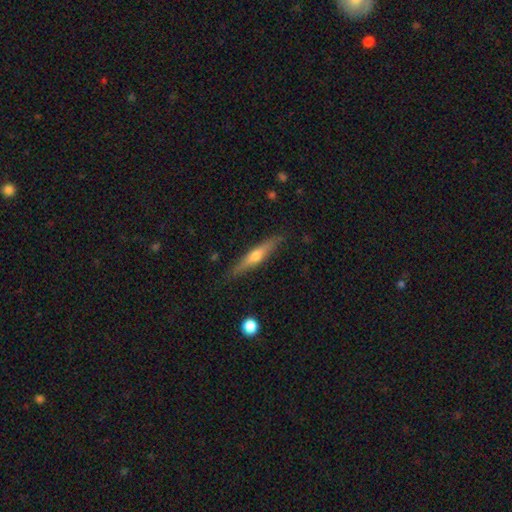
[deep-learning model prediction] The model was most divided on "smooth or featured": featured or disk: 56%, smooth: 38%, star or artifact: 6%. More confident: edge-on disk — yes (95%); edge-on bulge — rounded (87%); merging — none (86%).